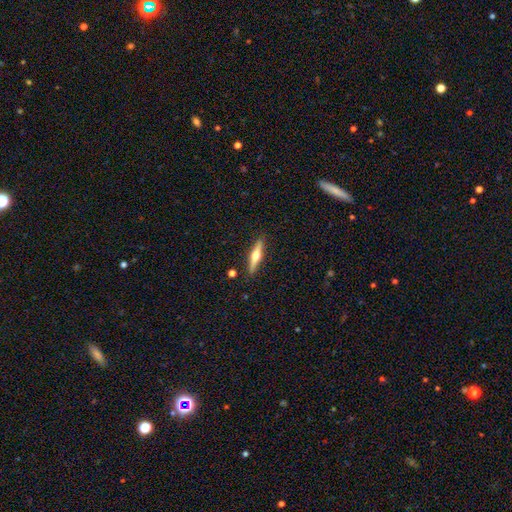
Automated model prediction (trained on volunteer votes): This is likely a featured or disk galaxy (64%). It is clearly viewed edge-on (96%). Edge-on bulge: clearly rounded (95%). Merging: clearly none (90%).